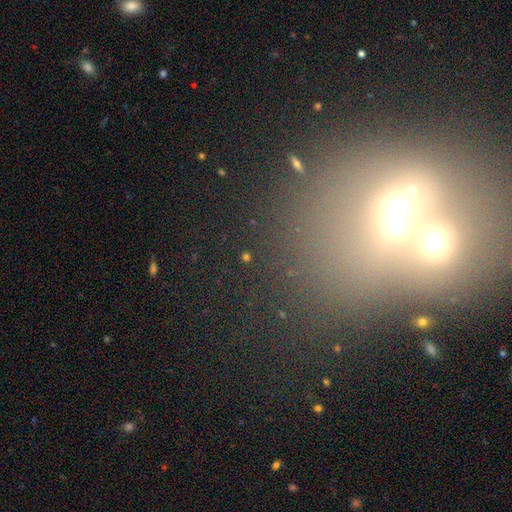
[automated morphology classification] A smooth galaxy with no disk features (38%). Merging: merger (58%).